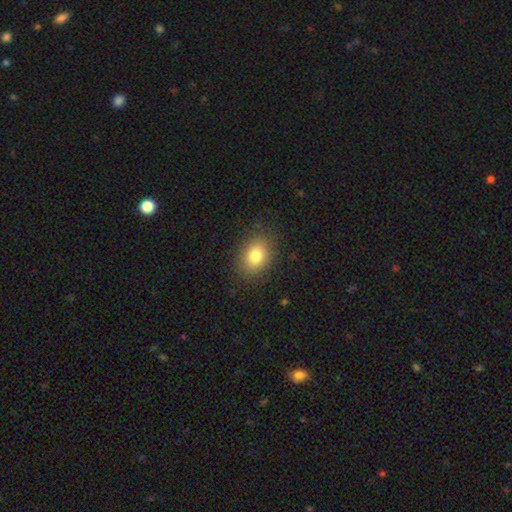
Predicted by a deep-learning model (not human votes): The model was most divided on "how rounded": in between: 66%, round: 33%, cigar-shaped: 1%. More confident: merging — none (84%); smooth or featured — smooth (81%).